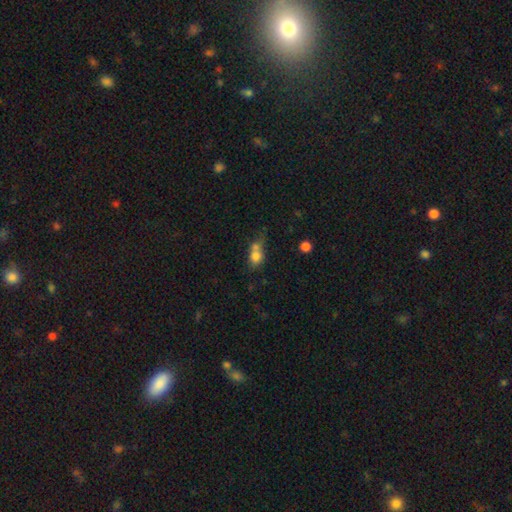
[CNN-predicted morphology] Smooth or featured? smooth (74%)
How rounded? in between (54%)
Merging? merger (52%)